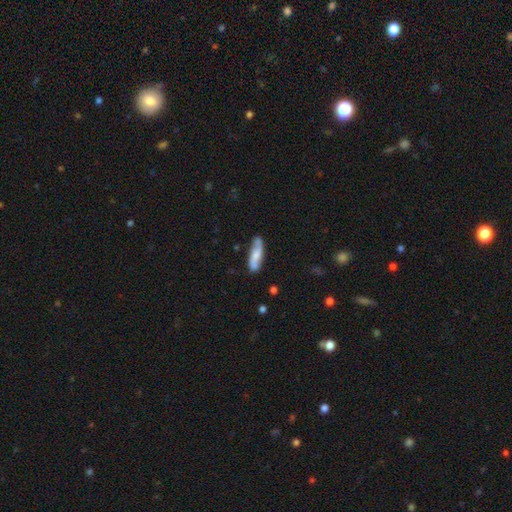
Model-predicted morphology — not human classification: Q: Smooth or featured?
A: featured or disk (49%); runner-up: smooth (46%)
Q: Merging?
A: none (79%); runner-up: minor disturbance (15%)